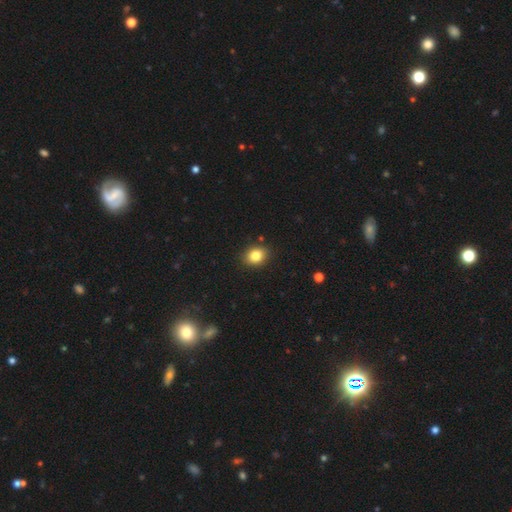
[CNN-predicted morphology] A smooth galaxy with no disk features (83%) that is in between round and cigar-shaped (52%).

Vote fractions:
- Smooth or featured? smooth: 83% / star or artifact: 10% / featured or disk: 7%
- How rounded? in between: 52% / round: 47% / cigar-shaped: 1%
- Merging? none: 87% / minor disturbance: 9% / major disturbance: 2% / merger: 1%